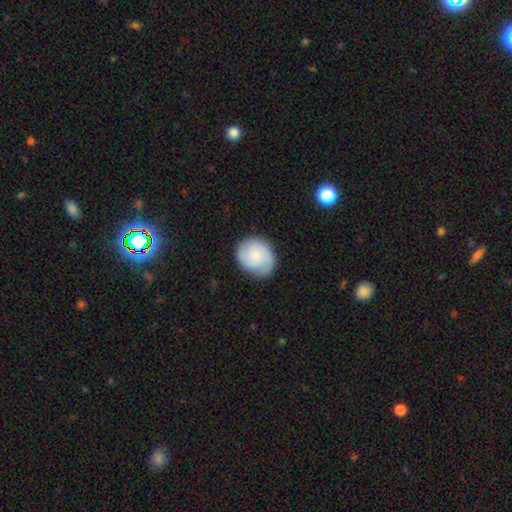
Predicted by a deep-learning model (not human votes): This is possibly a smooth galaxy (53%). How rounded: likely round (70%). Merging: clearly none (81%).